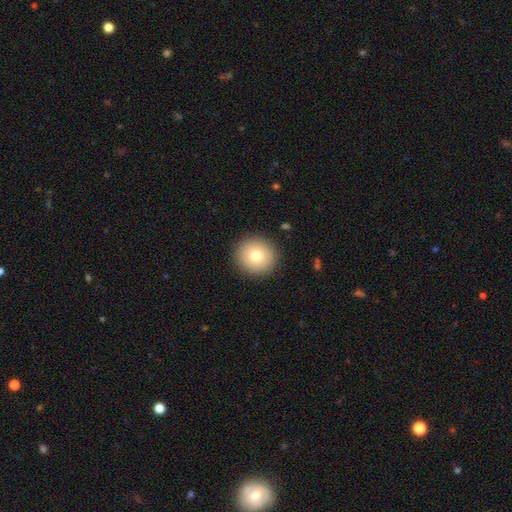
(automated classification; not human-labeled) This is likely a smooth galaxy (75%). How rounded: clearly round (93%). Merging: clearly none (92%).